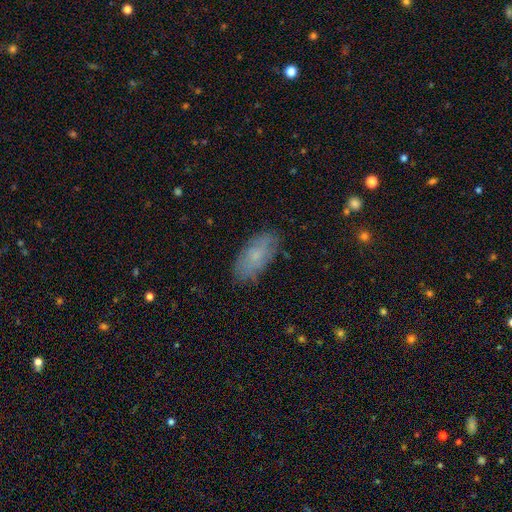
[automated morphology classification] smooth 69%, featured or disk 22%, star or artifact 8%. Down the decision tree: how rounded — in between (90%); merging — none (82%).